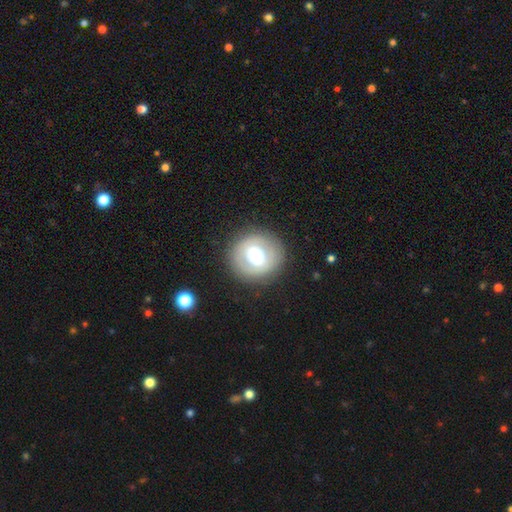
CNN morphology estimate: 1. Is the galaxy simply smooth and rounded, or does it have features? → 54% smooth, 36% featured or disk, 9% star or artifact.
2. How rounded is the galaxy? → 89% round, 10% in between, 1% cigar-shaped.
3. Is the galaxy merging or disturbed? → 85% none, 9% minor disturbance, 5% major disturbance, 1% merger.